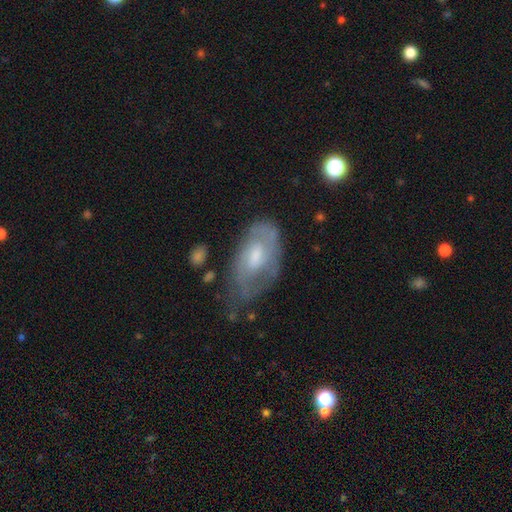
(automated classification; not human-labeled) Overall: featured or disk (62%; smooth 31%). Edge-on disk: no (93%). Bar: no (52%; weak 41%). Spiral arms: yes (69%; no 31%). Bulge size: moderate (53%; small 34%). Merging: none (49%; minor disturbance 31%).